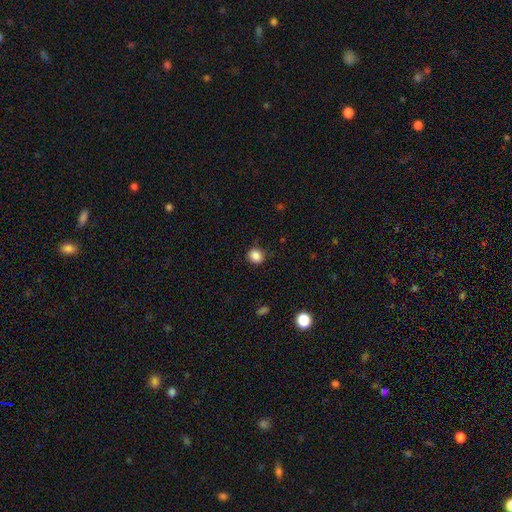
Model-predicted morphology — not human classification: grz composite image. It shows a smooth galaxy with no disk features (86%) that is round (76%). Merging: none (85%).